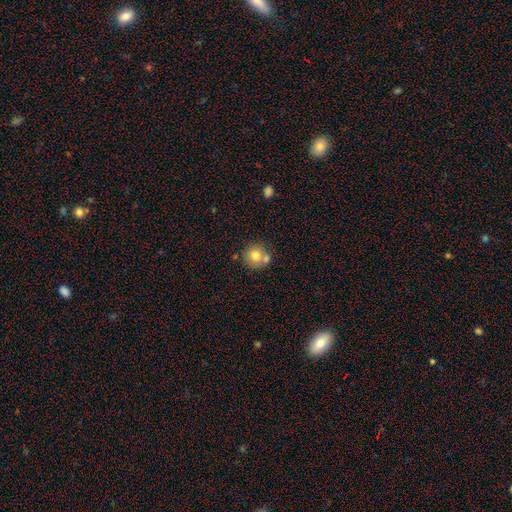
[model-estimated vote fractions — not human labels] smooth_or_featured: smooth (p=0.74) [alt: featured or disk p=0.15]
how_rounded: round (p=0.89) [alt: in between p=0.11]
merging: none (p=0.58) [alt: merger p=0.28]